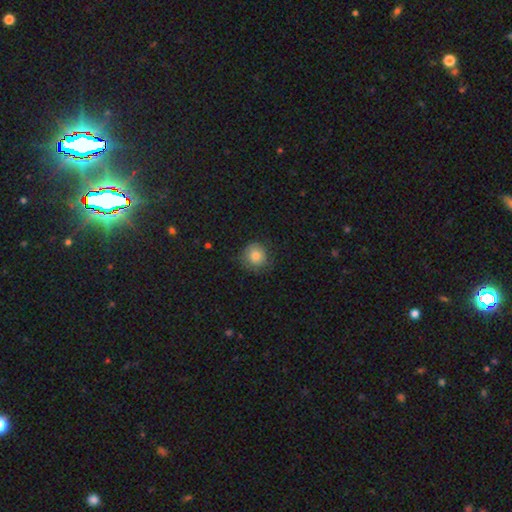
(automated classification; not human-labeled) Overall: smooth (81%). How rounded: round (91%). Merging: none (76%).